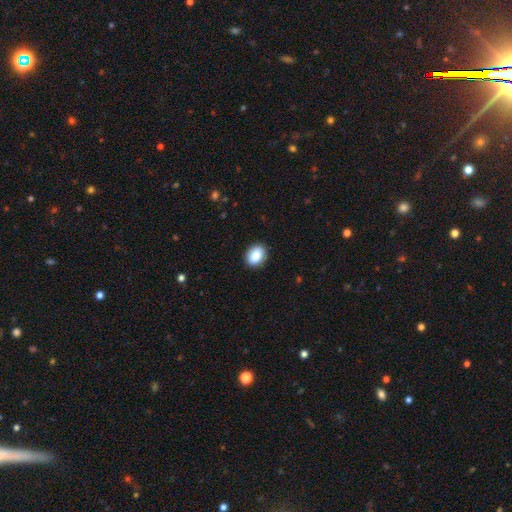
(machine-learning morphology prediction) Q: Smooth or featured?
A: smooth (87%); runner-up: star or artifact (8%)
Q: How rounded?
A: in between (68%); runner-up: round (31%)
Q: Merging?
A: none (90%); runner-up: minor disturbance (7%)